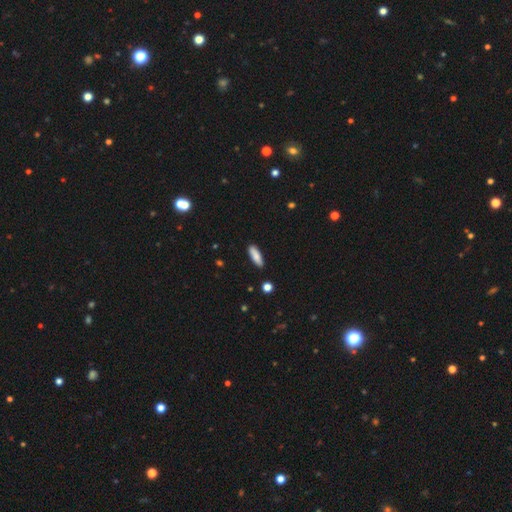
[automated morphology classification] smooth-or-featured: smooth: 84% | featured or disk: 9% | star or artifact: 6%
  how-rounded: cigar-shaped: 49% (tied) | in between: 49% (tied) | round: 2%
  merging: none: 87% | minor disturbance: 10% | major disturbance: 2% | merger: 1%